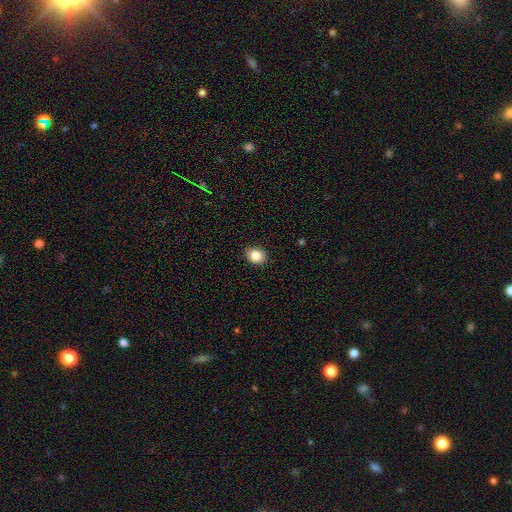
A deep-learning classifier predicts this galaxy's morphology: Smooth or featured: smooth — 85% (star or artifact — 10%)
How rounded: round — 55% (in between — 44%)
Merging: none — 90% (minor disturbance — 7%)